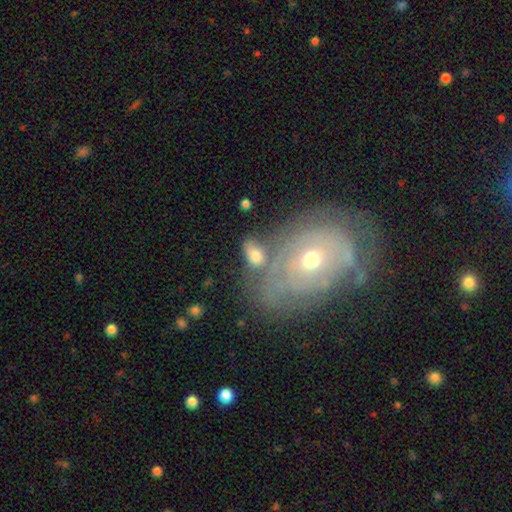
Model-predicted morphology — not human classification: This is possibly a smooth galaxy (57%). How rounded: clearly in between (84%). Merging: possibly none (46%).